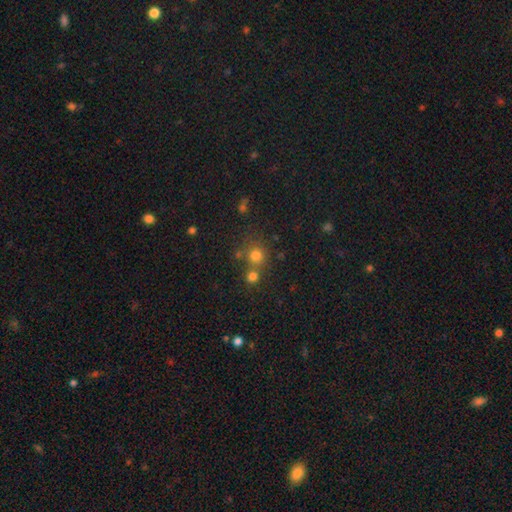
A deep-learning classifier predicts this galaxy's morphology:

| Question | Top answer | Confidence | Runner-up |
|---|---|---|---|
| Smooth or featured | smooth | 75% | star or artifact (17%) |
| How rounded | round | 90% | in between (9%) |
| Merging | none | 61% | merger (27%) |